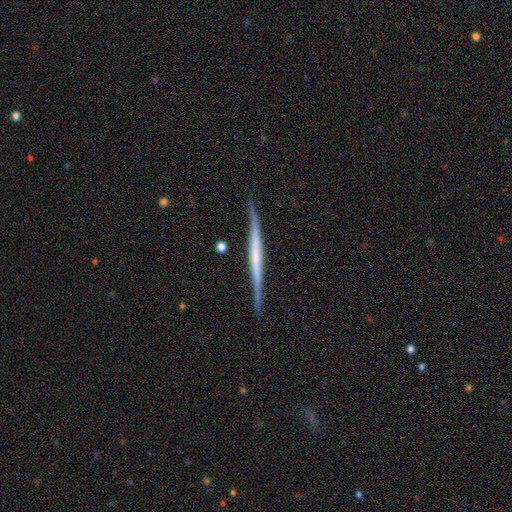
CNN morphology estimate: Smooth or featured?
  - featured or disk: 71% *
  - smooth: 24%
  - star or artifact: 5%
Edge-on disk?
  - yes: 98% *
  - no: 2%
Edge-on bulge?
  - none: 73% *
  - rounded: 16%
  - boxy: 12%
Merging?
  - none: 87% *
  - minor disturbance: 9%
  - major disturbance: 2%
  - merger: 2%